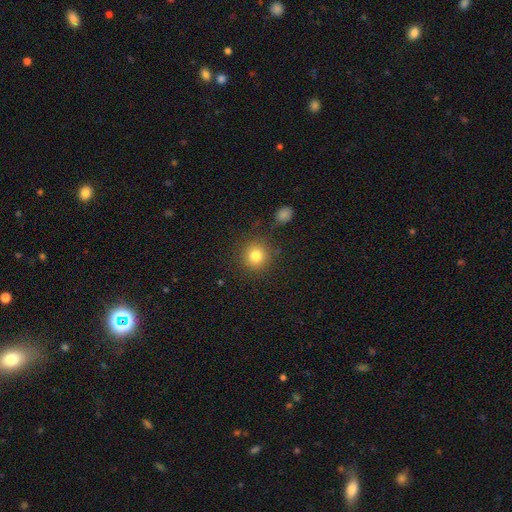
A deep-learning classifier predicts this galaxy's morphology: smooth-or-featured: smooth: 80% | star or artifact: 13% | featured or disk: 7%
  how-rounded: round: 92% | in between: 7% | cigar-shaped: 1%
  merging: none: 87% | minor disturbance: 8% | major disturbance: 3% | merger: 2%